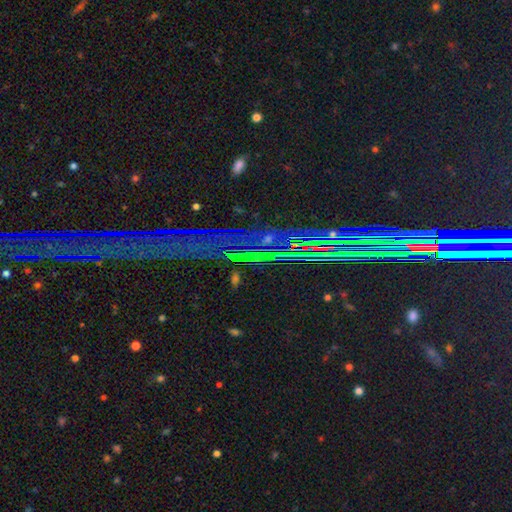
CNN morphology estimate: star or artifact 88%, featured or disk 6%, smooth 6%.